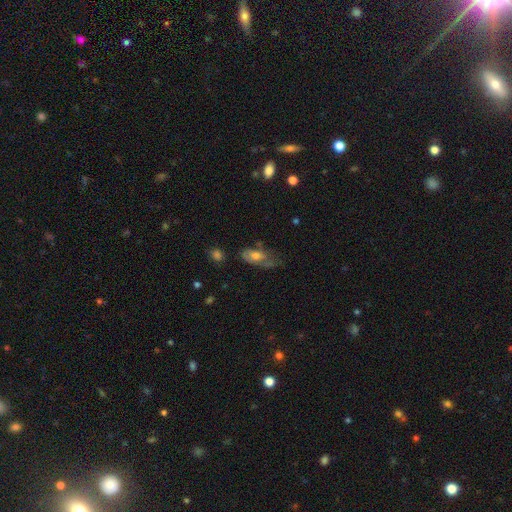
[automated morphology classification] Smooth or featured? Predicted: smooth (p=0.47). Merging? Predicted: none (p=0.37).